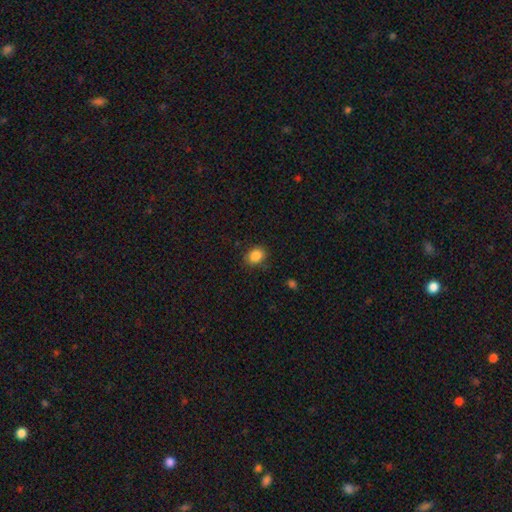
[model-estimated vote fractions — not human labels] Smooth or featured? Predicted: smooth (p=0.85). How rounded? Predicted: round (p=0.51). Merging? Predicted: none (p=0.82).